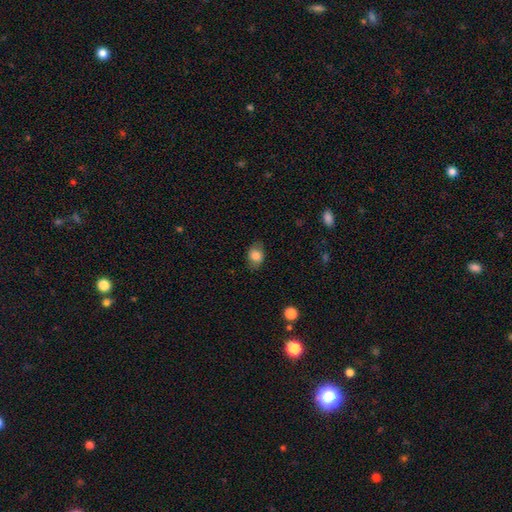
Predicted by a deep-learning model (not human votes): Smooth or featured? smooth (81%)
How rounded? in between (70%)
Merging? none (78%)